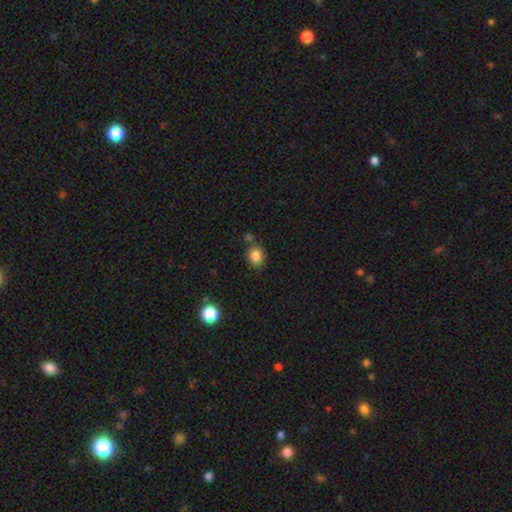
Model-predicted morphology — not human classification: The model was most divided on "how rounded": round: 51%, in between: 48%, cigar-shaped: 1%. More confident: smooth or featured — smooth (85%); merging — none (71%).